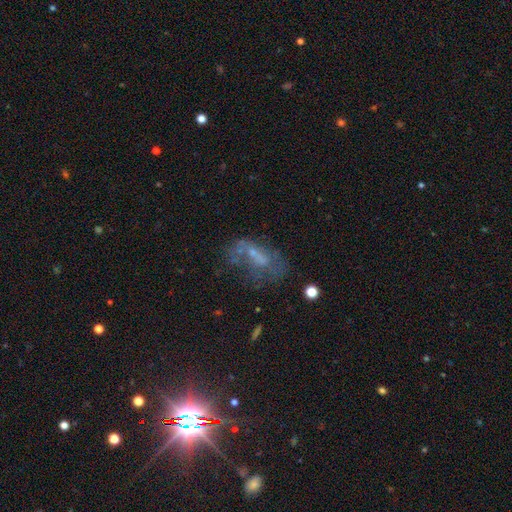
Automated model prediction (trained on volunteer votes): Smooth or featured: featured or disk — 48% (smooth — 30%)
Merging: none — 38% (major disturbance — 30%)